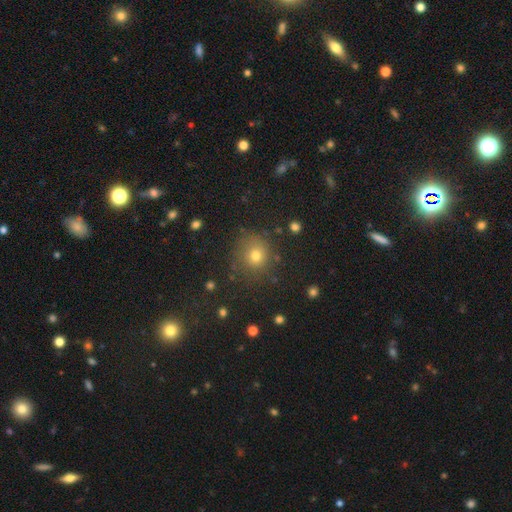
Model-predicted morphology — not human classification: Smooth or featured? Predicted: smooth (p=0.74). How rounded? Predicted: round (p=0.90). Merging? Predicted: none (p=0.82).